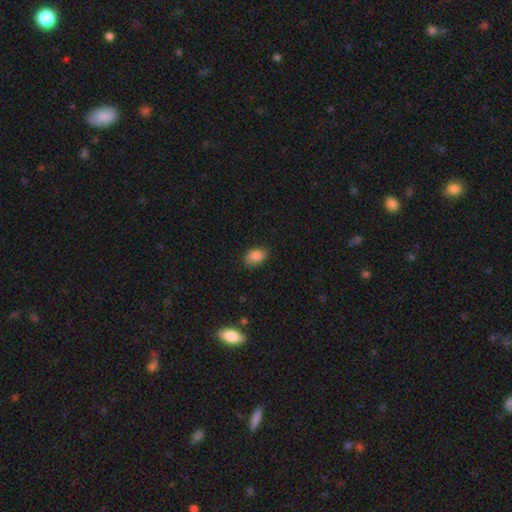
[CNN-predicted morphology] The model was most divided on "merging": none: 82%, minor disturbance: 14%, major disturbance: 3%, merger: 1%. More confident: smooth or featured — smooth (87%); how rounded — in between (85%).